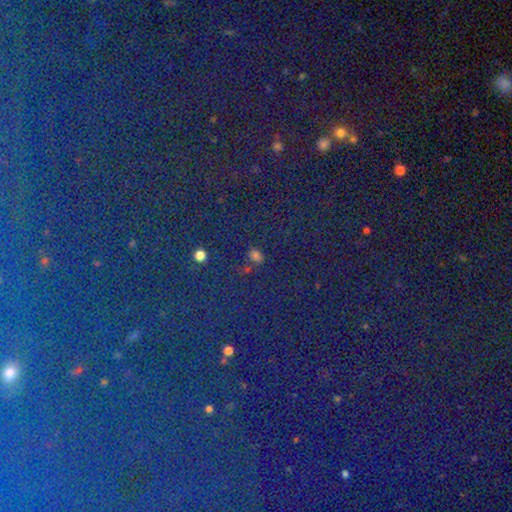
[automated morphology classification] Q: Smooth or featured?
A: smooth (57%); runner-up: star or artifact (36%)
Q: How rounded?
A: in between (57%); runner-up: round (40%)
Q: Merging?
A: none (71%); runner-up: minor disturbance (14%)